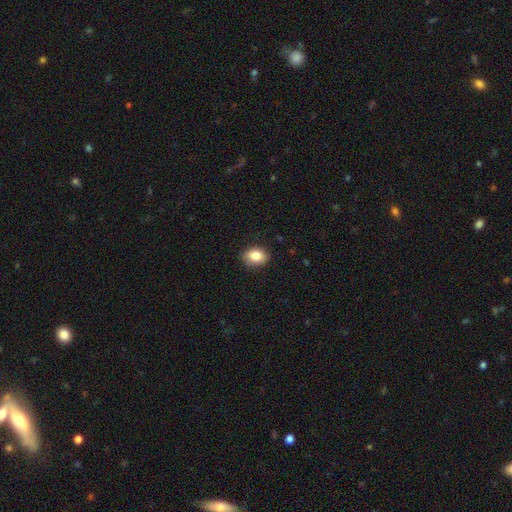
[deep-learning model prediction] smooth-or-featured: smooth: 85% | star or artifact: 8% | featured or disk: 7%
  how-rounded: in between: 72% | round: 26% | cigar-shaped: 1%
  merging: none: 85% | minor disturbance: 11% | major disturbance: 2% | merger: 1%